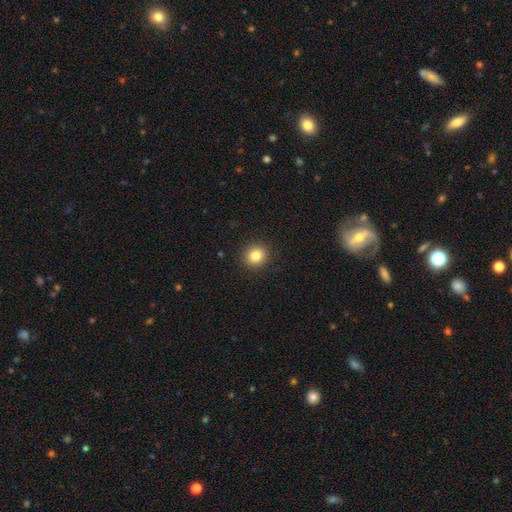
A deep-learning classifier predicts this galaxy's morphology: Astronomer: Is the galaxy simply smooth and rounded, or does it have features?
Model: smooth — 83%.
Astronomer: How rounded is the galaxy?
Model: round — 84%.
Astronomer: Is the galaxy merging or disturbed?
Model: none — 91%.